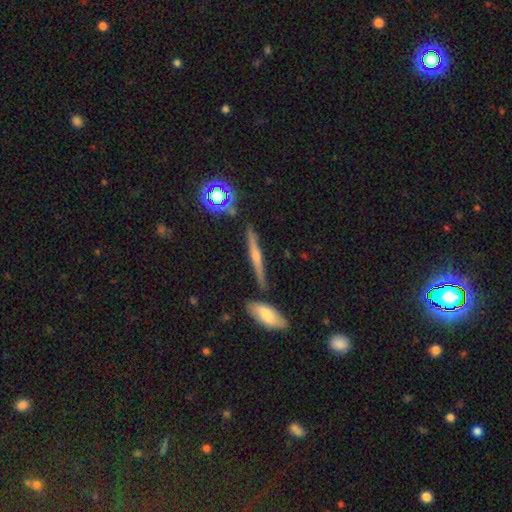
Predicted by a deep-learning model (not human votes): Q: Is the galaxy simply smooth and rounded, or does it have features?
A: featured or disk — 63%.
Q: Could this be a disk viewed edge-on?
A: yes — 93%.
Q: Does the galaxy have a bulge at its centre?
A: rounded — 82%.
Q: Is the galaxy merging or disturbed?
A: none — 81%.